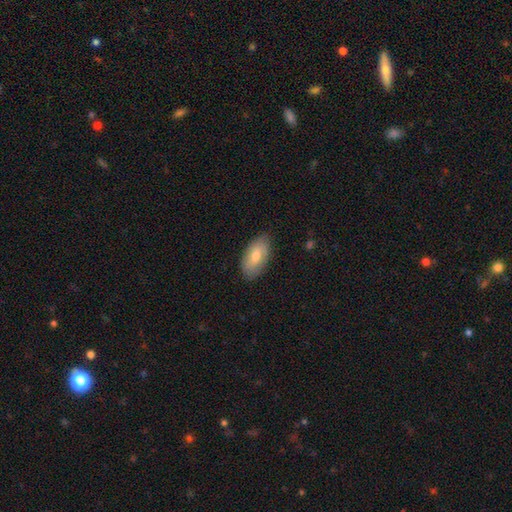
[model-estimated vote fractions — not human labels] Overall: smooth (71%). How rounded: in between (93%). Merging: none (83%).